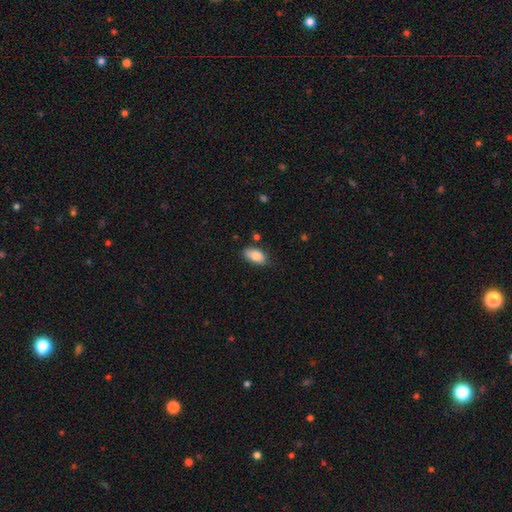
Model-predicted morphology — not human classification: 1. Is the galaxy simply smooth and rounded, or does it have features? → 85% smooth, 8% featured or disk, 7% star or artifact.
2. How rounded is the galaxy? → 92% in between, 5% cigar-shaped, 3% round.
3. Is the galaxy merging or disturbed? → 76% none, 18% minor disturbance, 3% major disturbance, 3% merger.